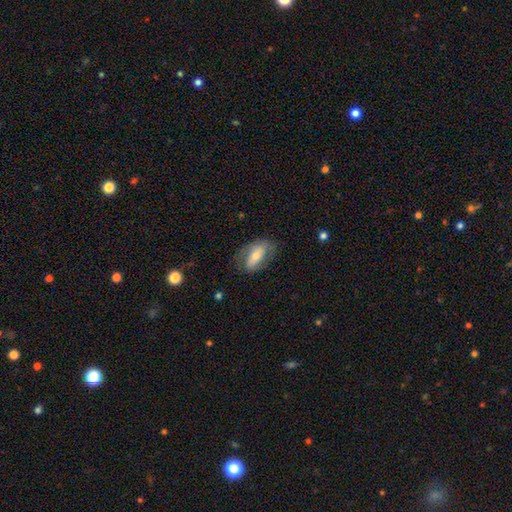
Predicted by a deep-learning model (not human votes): This is possibly a smooth galaxy (49%). Merging: likely none (68%).